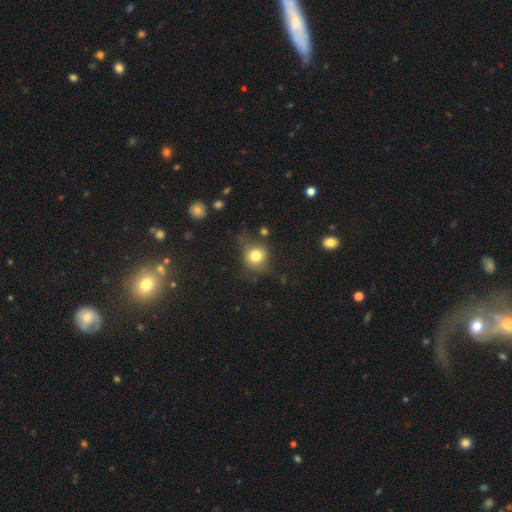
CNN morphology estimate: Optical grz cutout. It shows a smooth galaxy with no disk features (77%) that is round (85%). Merging: none (67%).